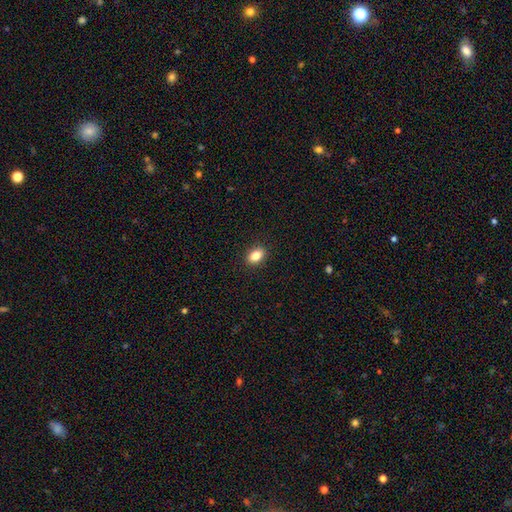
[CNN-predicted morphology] The model was most divided on "how rounded": in between: 83%, round: 15%, cigar-shaped: 2%. More confident: merging — none (90%); smooth or featured — smooth (83%).